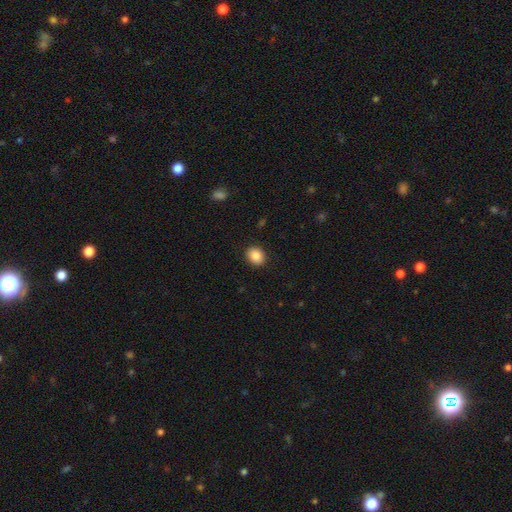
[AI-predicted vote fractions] smooth-or-featured: smooth: 87% | star or artifact: 8% | featured or disk: 4%
  how-rounded: round: 56% | in between: 43% | cigar-shaped: 1%
  merging: none: 91% | minor disturbance: 6% | major disturbance: 2% | merger: 1%